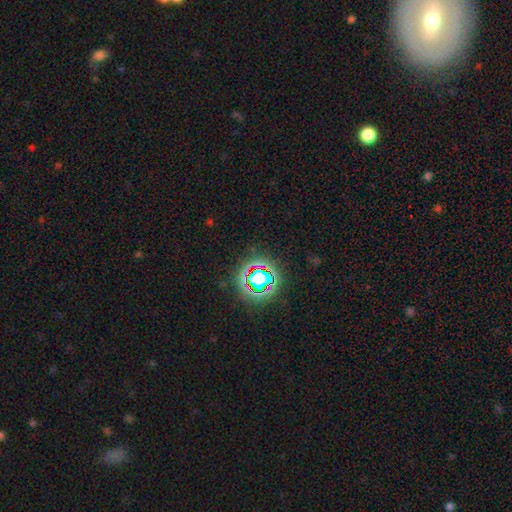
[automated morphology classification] This is likely a star or artifact rather than a galaxy (80%).